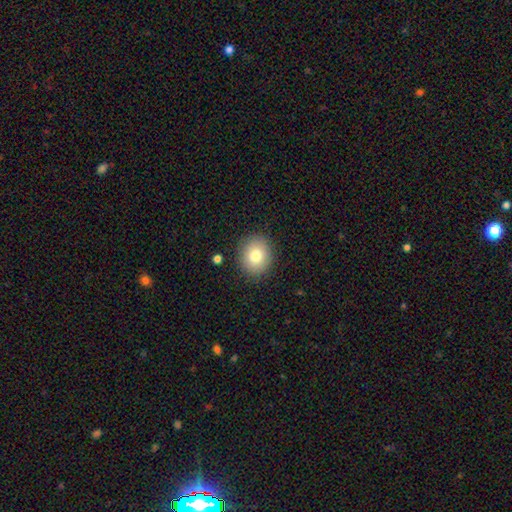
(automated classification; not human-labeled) Smooth or featured? smooth (79%)
How rounded? round (72%)
Merging? none (88%)